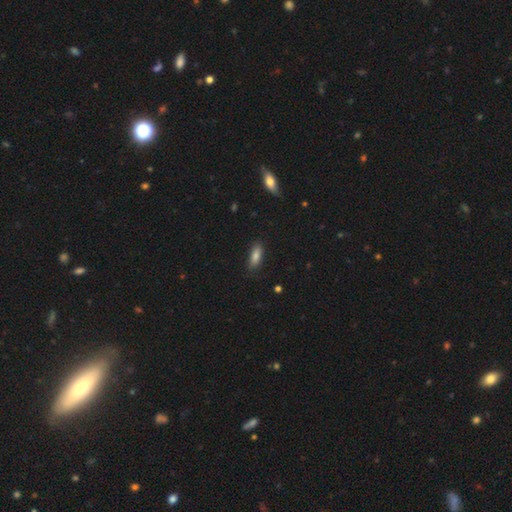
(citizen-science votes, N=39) Q: Smooth or featured?
A: smooth (87%); runner-up: star or artifact (8%)
Q: How rounded?
A: cigar-shaped (53%); runner-up: in between (47%)
Q: Merging?
A: none (72%); runner-up: minor disturbance (17%)